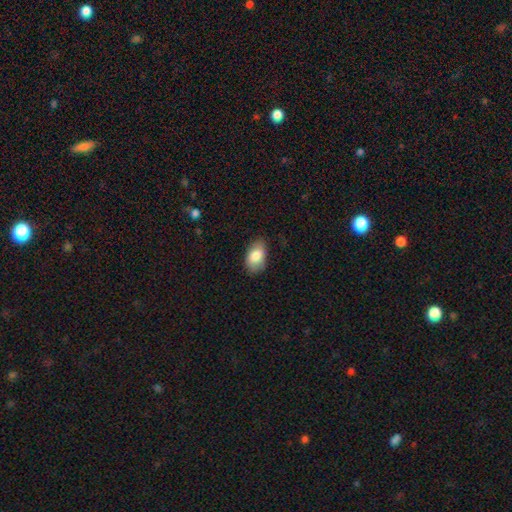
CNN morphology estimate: Overall: smooth (84%). How rounded: in between (92%). Merging: none (77%).